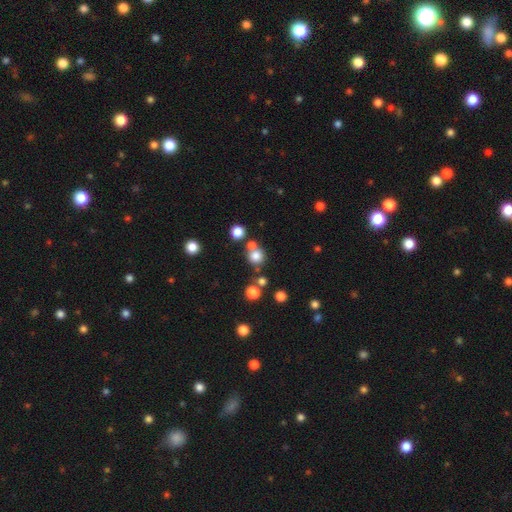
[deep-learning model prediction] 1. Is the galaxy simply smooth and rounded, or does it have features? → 76% smooth, 15% star or artifact, 8% featured or disk.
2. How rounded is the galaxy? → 89% round, 10% in between, 1% cigar-shaped.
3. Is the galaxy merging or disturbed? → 62% none, 26% merger, 8% minor disturbance, 4% major disturbance.